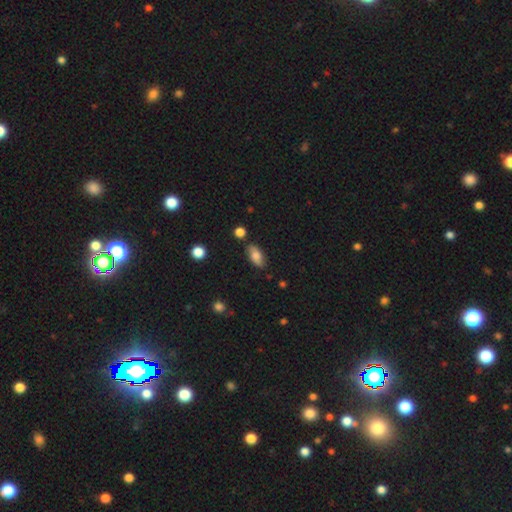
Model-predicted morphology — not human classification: type=smooth (73%); roundness=in between (88%); merging=none (80%).